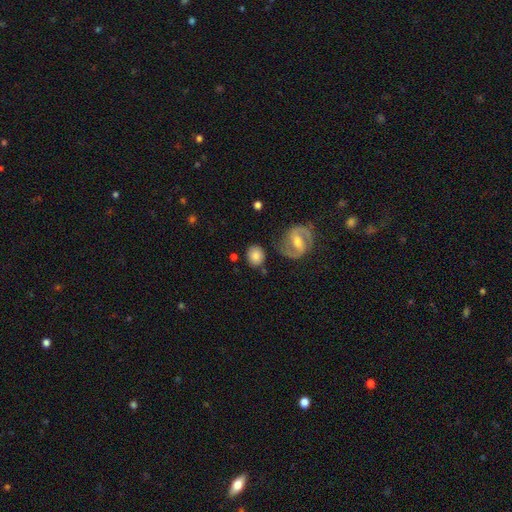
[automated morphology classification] Smooth or featured?
  - smooth: 71% *
  - featured or disk: 21%
  - star or artifact: 8%
How rounded?
  - round: 76% *
  - in between: 23%
  - cigar-shaped: 1%
Merging?
  - none: 77% *
  - minor disturbance: 13%
  - merger: 6%
  - major disturbance: 4%